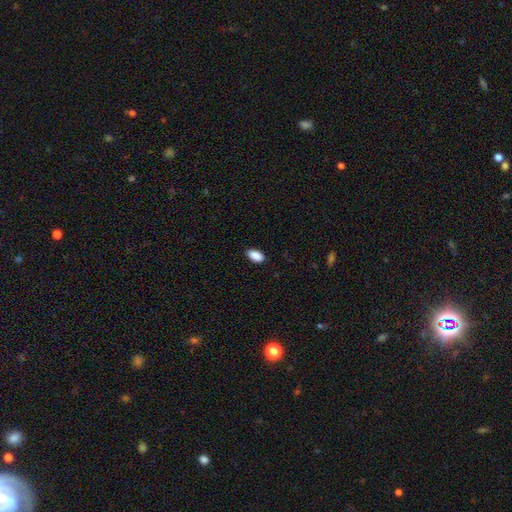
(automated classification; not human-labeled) Morphology: type=smooth (90%); roundness=in between (93%); merging=none (86%).